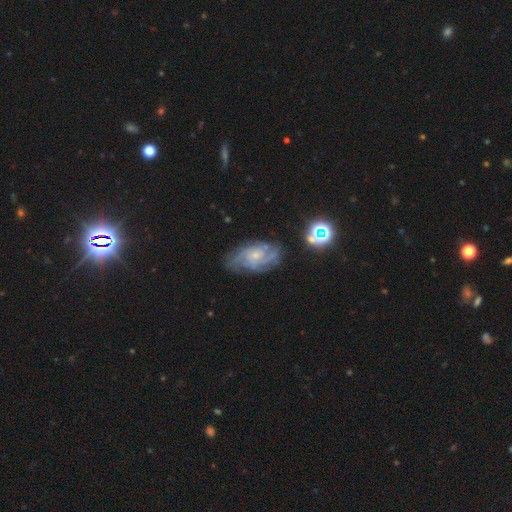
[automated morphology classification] This is clearly a featured or disk galaxy (81%). It is clearly not viewed edge-on (96%). Bar: likely no (73%). Spiral arm pattern: clearly yes (95%). Spiral arm count: marginally can't tell (31%). Spiral winding: possibly tight (52%). Central bulge: likely small (72%). Merging: likely none (69%).